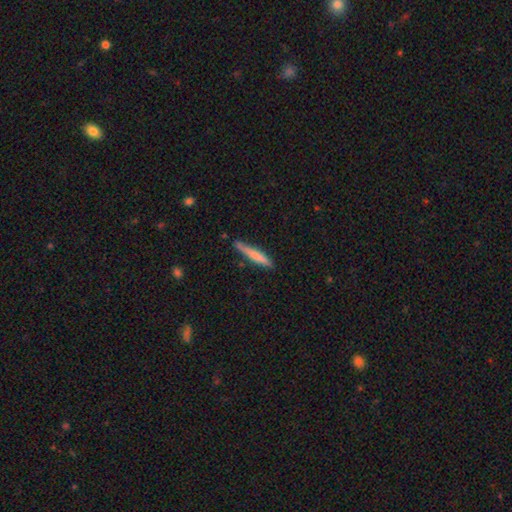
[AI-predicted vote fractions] smooth-or-featured: smooth: 64% | featured or disk: 31% | star or artifact: 6%
  how-rounded: cigar-shaped: 94% | in between: 5% | round: 1%
  merging: none: 78% | minor disturbance: 16% | merger: 3% | major disturbance: 3%